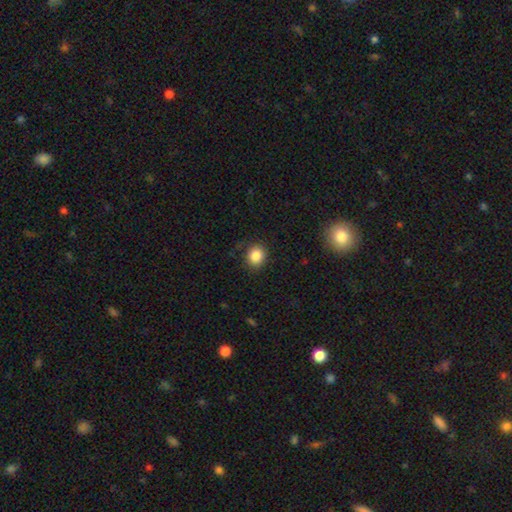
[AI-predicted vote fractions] smooth_or_featured: smooth (p=0.85) [alt: star or artifact p=0.10]
how_rounded: round (p=0.73) [alt: in between p=0.27]
merging: none (p=0.82) [alt: minor disturbance p=0.13]